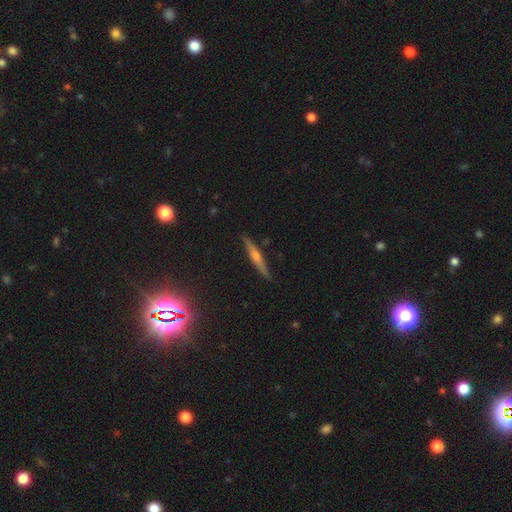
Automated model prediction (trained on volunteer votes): smooth_or_featured: featured or disk (p=0.63) [alt: smooth p=0.22]
disk_edge_on: yes (p=0.96) [alt: no p=0.04]
edge_on_bulge: rounded (p=0.80) [alt: none p=0.12]
merging: none (p=0.89) [alt: minor disturbance p=0.08]